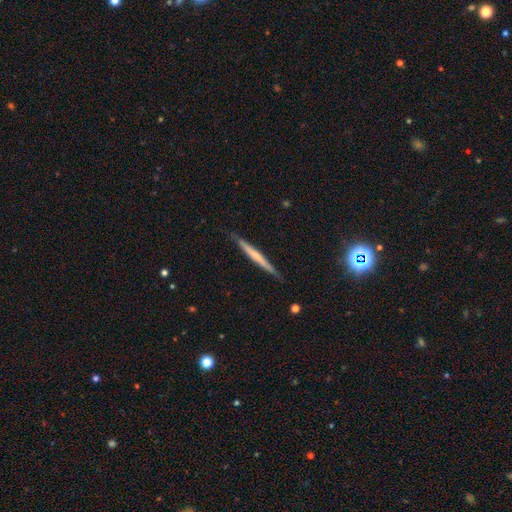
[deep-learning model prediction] smooth-or-featured: featured or disk: 51% | smooth: 43% | star or artifact: 6%
  disk-edge-on: yes: 97% | no: 3%
  merging: none: 87% | minor disturbance: 10% | major disturbance: 2% | merger: 1%